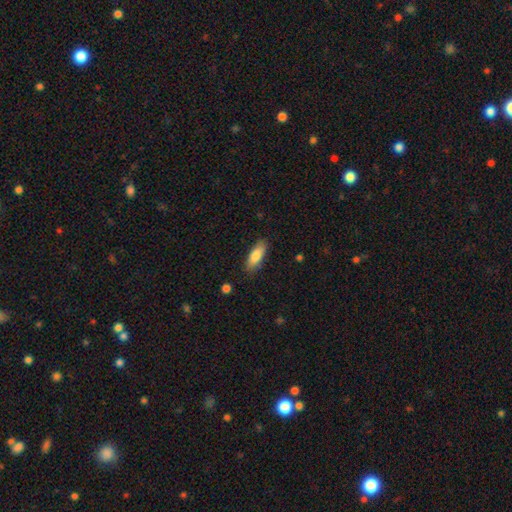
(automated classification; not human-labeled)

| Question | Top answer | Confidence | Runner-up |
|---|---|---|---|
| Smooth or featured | smooth | 82% | featured or disk (12%) |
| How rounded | in between | 68% | cigar-shaped (30%) |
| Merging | none | 84% | minor disturbance (12%) |